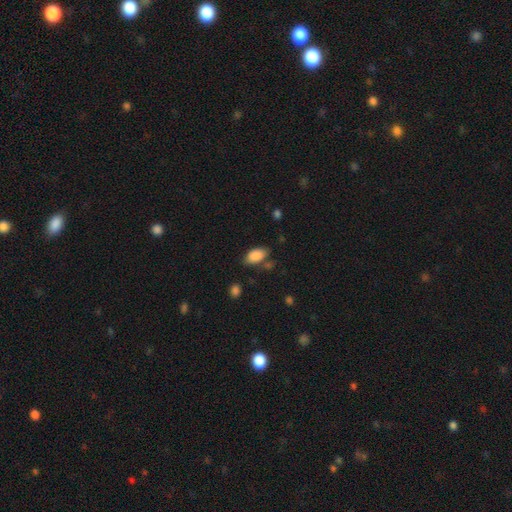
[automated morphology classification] This appears to be a smooth galaxy with no disk features (88%) that is in between round and cigar-shaped (93%). Merging: none (71%).